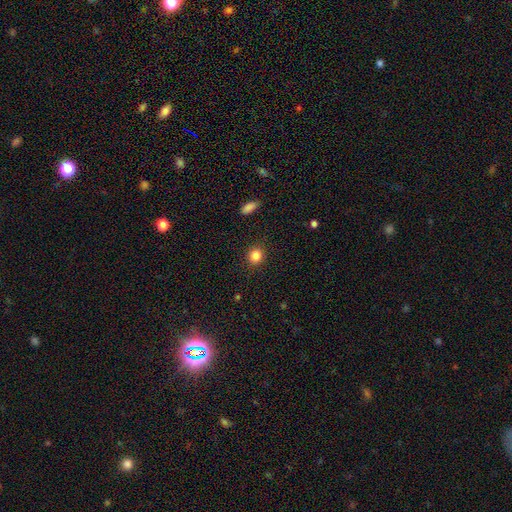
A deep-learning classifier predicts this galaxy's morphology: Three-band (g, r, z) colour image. It shows a smooth galaxy with no disk features (84%) that is round (84%). Merging: none (90%).